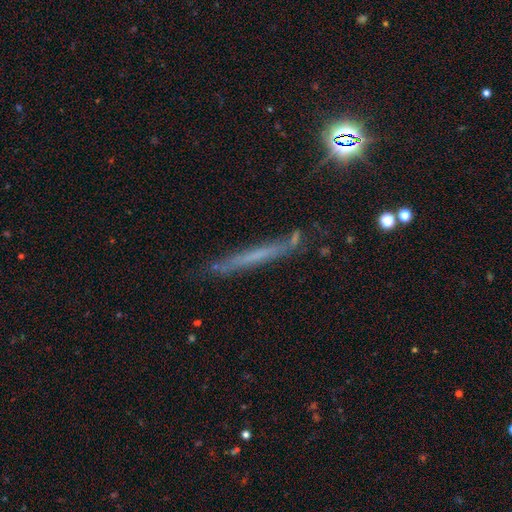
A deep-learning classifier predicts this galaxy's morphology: This is marginally a featured or disk galaxy (45%). Merging: likely none (78%).